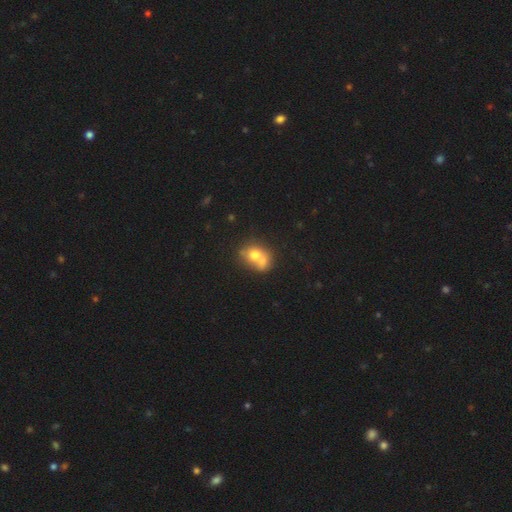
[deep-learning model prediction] This appears to be a smooth galaxy with no disk features (65%) that is round (52%). Merging: merger (61%).